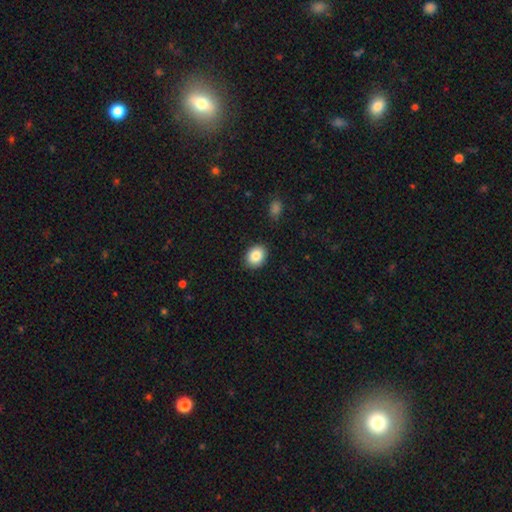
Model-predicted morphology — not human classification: Overall: smooth (86%). How rounded: in between (56%; round 43%). Merging: none (87%).